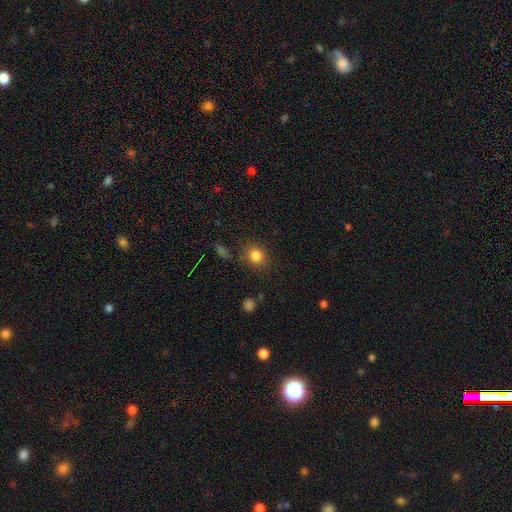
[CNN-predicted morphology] Smooth or featured? Predicted: smooth (p=0.83). How rounded? Predicted: round (p=0.79). Merging? Predicted: none (p=0.82).